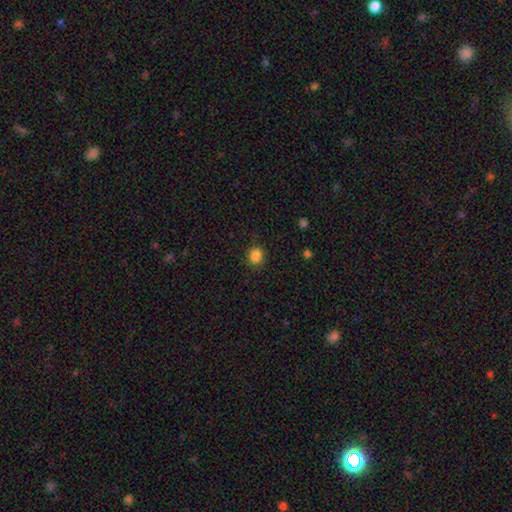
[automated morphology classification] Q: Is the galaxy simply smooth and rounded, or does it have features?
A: smooth — 85%.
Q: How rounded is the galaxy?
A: round — 81%.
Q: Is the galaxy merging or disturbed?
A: none — 88%.